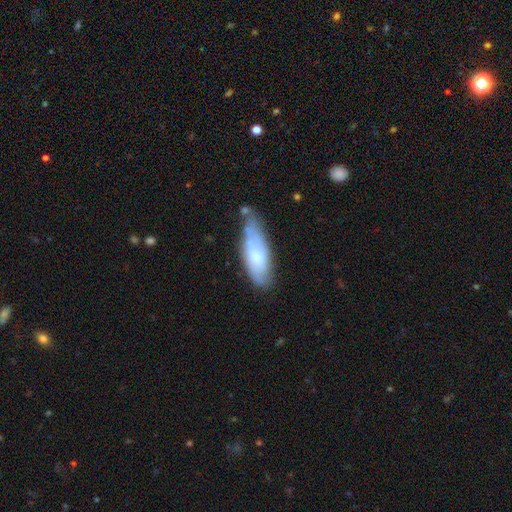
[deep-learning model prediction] smooth-or-featured: smooth: 52% | featured or disk: 41% | star or artifact: 7%
  how-rounded: in between: 56% | cigar-shaped: 43% | round: 2%
  merging: none: 48% | minor disturbance: 34% | major disturbance: 10% | merger: 8%